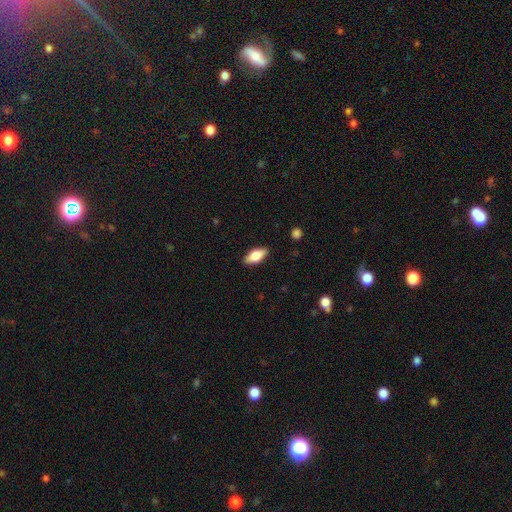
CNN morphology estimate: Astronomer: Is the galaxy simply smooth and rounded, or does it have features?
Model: smooth — 73%.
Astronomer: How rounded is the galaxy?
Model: in between — 83%.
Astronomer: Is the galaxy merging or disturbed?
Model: none — 87%.